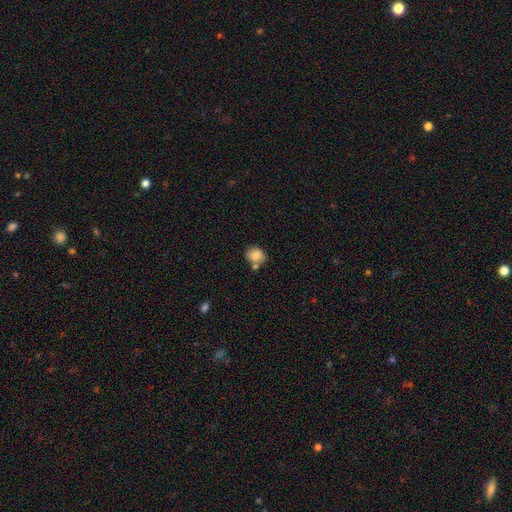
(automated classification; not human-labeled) A smooth galaxy with no disk features (83%) that is round (63%).

Vote fractions:
- Smooth or featured? smooth: 83% / star or artifact: 9% / featured or disk: 8%
- How rounded? round: 63% / in between: 36% / cigar-shaped: 1%
- Merging? none: 60% / merger: 20% / minor disturbance: 15% / major disturbance: 4%